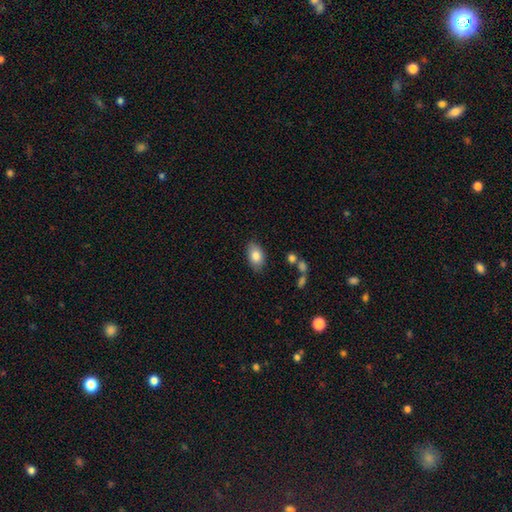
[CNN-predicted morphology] Overall: smooth (83%). How rounded: in between (89%). Merging: none (82%).